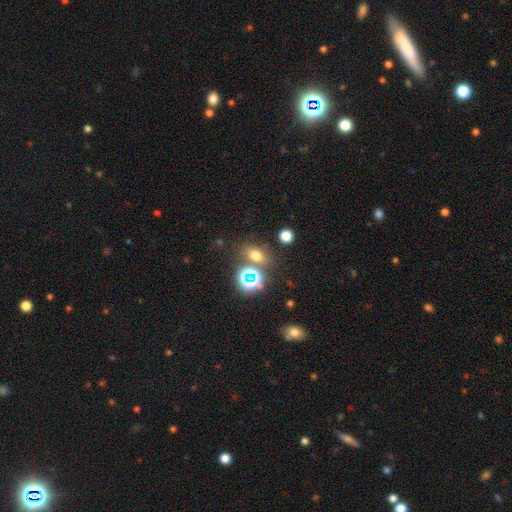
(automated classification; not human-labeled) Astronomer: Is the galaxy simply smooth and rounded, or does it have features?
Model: smooth — 62%.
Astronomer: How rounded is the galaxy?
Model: in between — 61%.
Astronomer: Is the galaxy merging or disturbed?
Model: none — 71%.